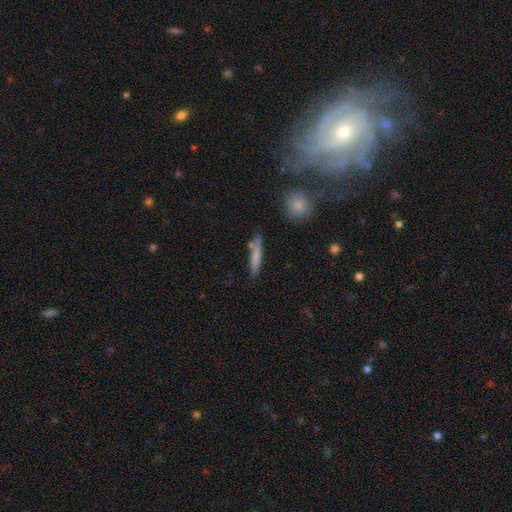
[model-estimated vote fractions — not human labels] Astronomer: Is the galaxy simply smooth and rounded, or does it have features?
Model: smooth — 74%.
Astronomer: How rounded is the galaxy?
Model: cigar-shaped — 91%.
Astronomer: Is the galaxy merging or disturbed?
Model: none — 81%.